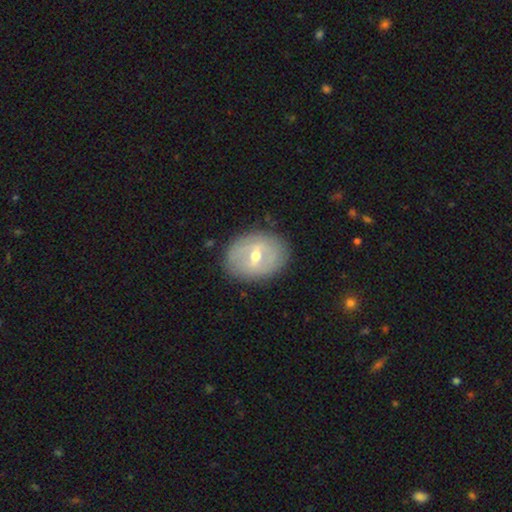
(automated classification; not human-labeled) Smooth or featured? featured or disk (66%)
Edge-on disk? no (92%)
Bar? weak (46%)
Spiral arms? no (63%)
Bulge size? moderate (67%)
Merging? none (83%)